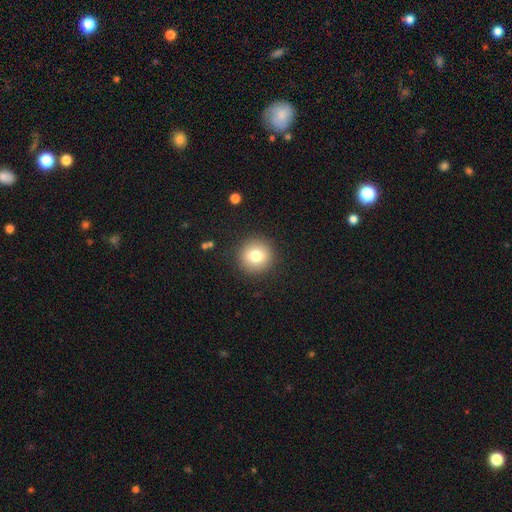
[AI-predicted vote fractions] A smooth galaxy with no disk features (78%) that is round (95%). Merging: none (91%).